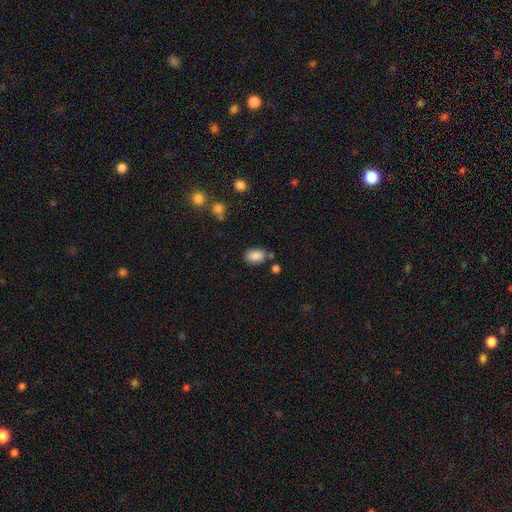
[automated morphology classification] This is clearly a smooth galaxy (86%). How rounded: clearly in between (85%). Merging: likely none (73%).